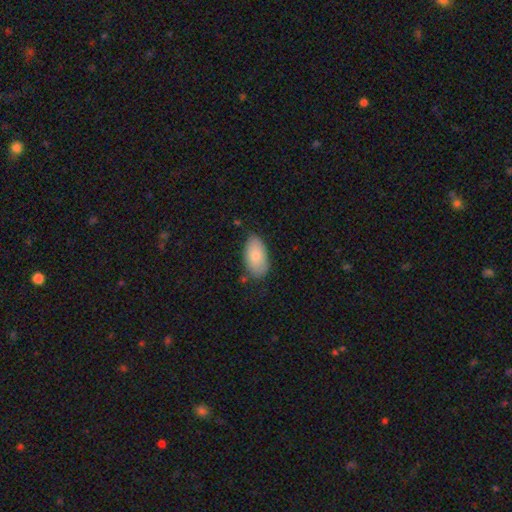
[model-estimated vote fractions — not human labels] Q: Smooth or featured?
A: smooth (81%); runner-up: featured or disk (13%)
Q: How rounded?
A: in between (95%); runner-up: round (3%)
Q: Merging?
A: none (75%); runner-up: minor disturbance (19%)